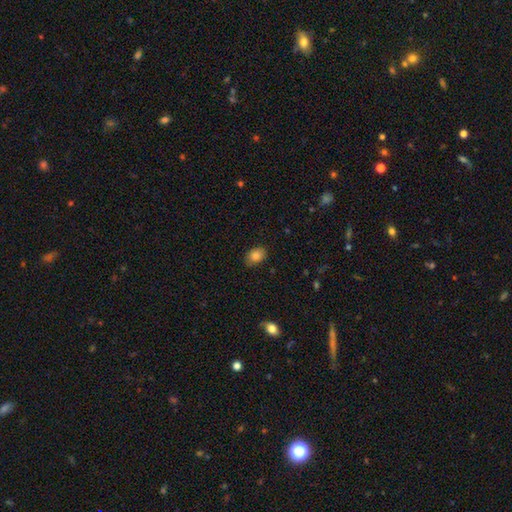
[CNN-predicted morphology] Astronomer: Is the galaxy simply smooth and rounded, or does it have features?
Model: smooth — 86%.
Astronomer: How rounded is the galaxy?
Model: in between — 76%.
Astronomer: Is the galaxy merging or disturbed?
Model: none — 84%.